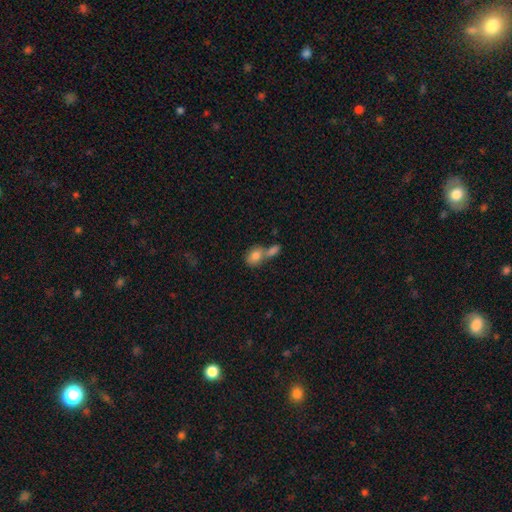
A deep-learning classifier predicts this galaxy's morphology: smooth_or_featured: smooth (p=0.81) [alt: featured or disk p=0.11]
how_rounded: in between (p=0.65) [alt: round p=0.33]
merging: merger (p=0.56) [alt: none p=0.30]